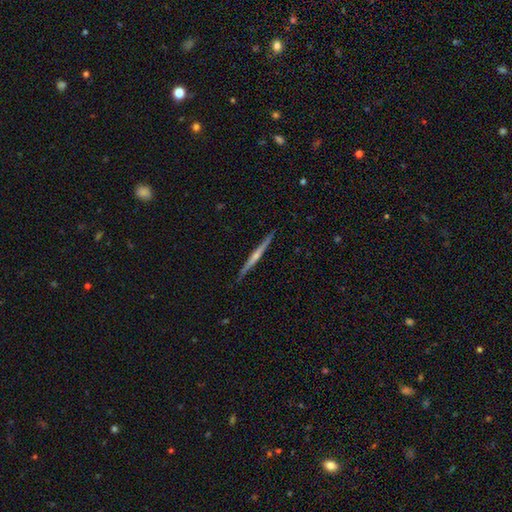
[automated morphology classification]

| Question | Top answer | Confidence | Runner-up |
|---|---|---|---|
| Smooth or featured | featured or disk | 75% | smooth (17%) |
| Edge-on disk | yes | 98% | no (2%) |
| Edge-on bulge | rounded | 66% | none (26%) |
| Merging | none | 91% | minor disturbance (6%) |